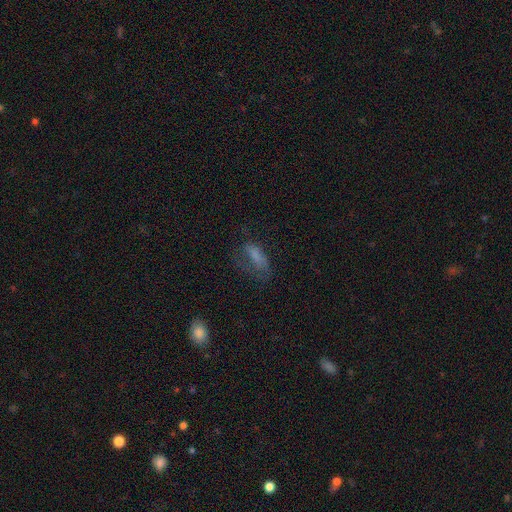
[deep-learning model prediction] The model was most divided on "merging": none: 43%, major disturbance: 30%, minor disturbance: 24%, merger: 3%. More confident: how rounded — in between (75%); smooth or featured — smooth (56%).